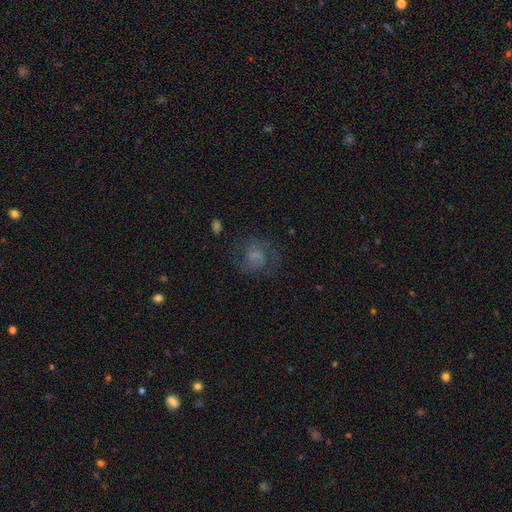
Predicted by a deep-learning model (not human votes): Smooth or featured?
  - smooth: 47% *
  - featured or disk: 39%
  - star or artifact: 14%
Merging?
  - none: 58% *
  - major disturbance: 20%
  - minor disturbance: 20%
  - merger: 2%